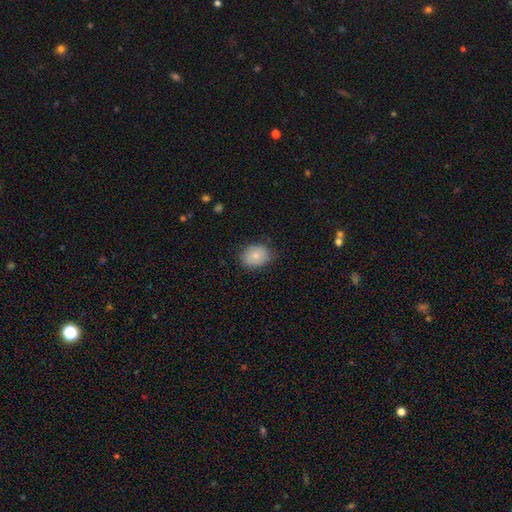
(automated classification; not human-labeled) Smooth or featured: smooth — 81% (featured or disk — 10%)
How rounded: in between — 51% (round — 48%)
Merging: none — 78% (minor disturbance — 17%)